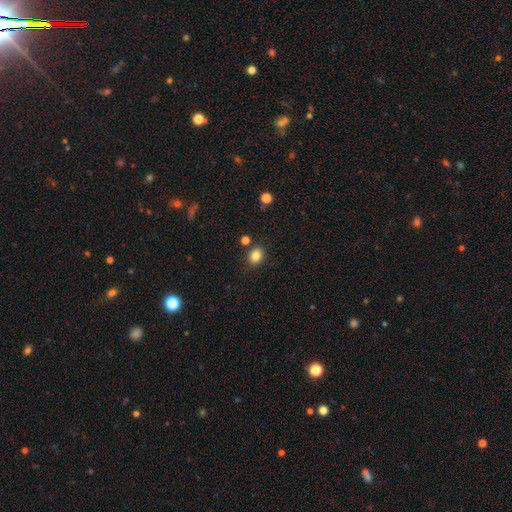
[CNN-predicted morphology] Smooth or featured: smooth — 83% (star or artifact — 11%)
How rounded: round — 54% (in between — 45%)
Merging: none — 82% (minor disturbance — 10%)